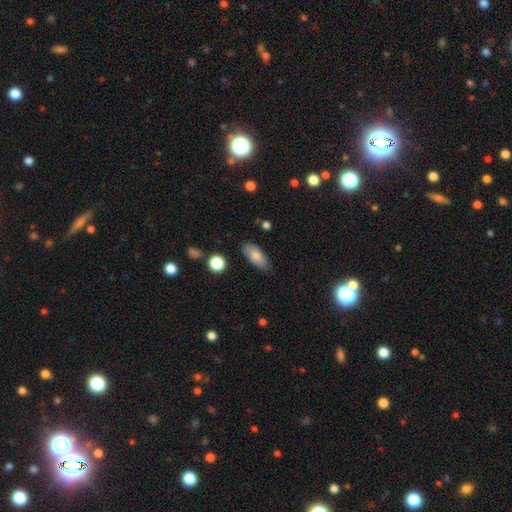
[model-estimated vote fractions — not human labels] Smooth or featured: smooth — 80% (featured or disk — 13%)
How rounded: in between — 84% (cigar-shaped — 13%)
Merging: none — 82% (minor disturbance — 13%)